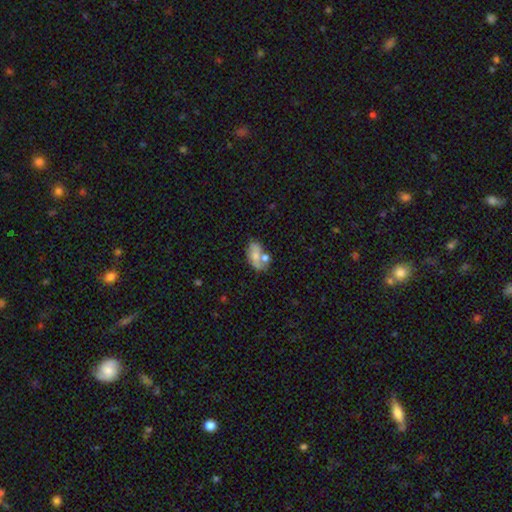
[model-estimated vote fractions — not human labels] smooth_or_featured: smooth (p=0.55) [alt: featured or disk p=0.36]
how_rounded: in between (p=0.89) [alt: round p=0.09]
merging: none (p=0.40) [alt: merger p=0.33]